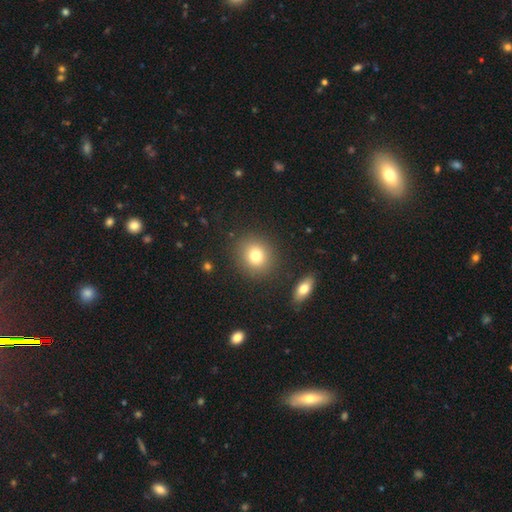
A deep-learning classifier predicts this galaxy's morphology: smooth 77%, star or artifact 13%, featured or disk 10%. Down the decision tree: how rounded — round (84%); merging — none (87%).